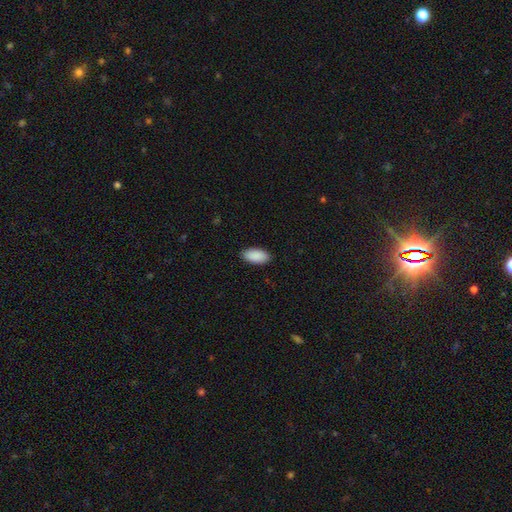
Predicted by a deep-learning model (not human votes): smooth_or_featured: smooth (p=0.91) [alt: star or artifact p=0.06]
how_rounded: in between (p=0.94) [alt: cigar-shaped p=0.04]
merging: none (p=0.90) [alt: minor disturbance p=0.08]